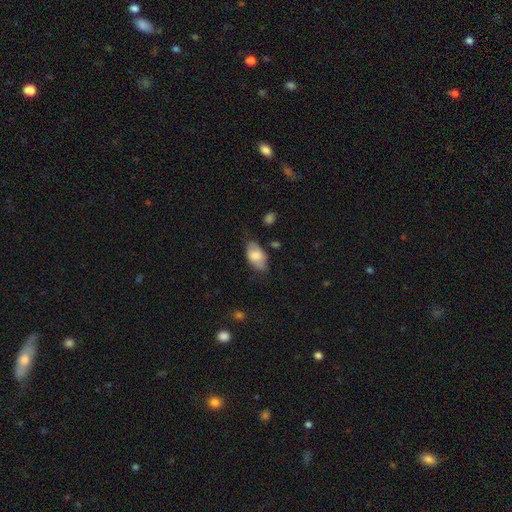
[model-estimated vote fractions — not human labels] Overall: smooth (73%). How rounded: in between (93%). Merging: none (64%; minor disturbance 26%).